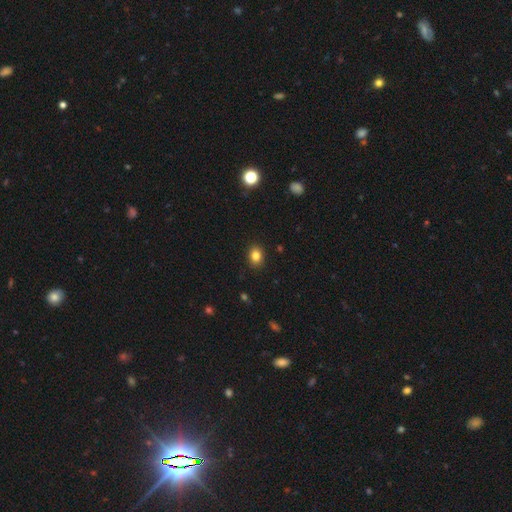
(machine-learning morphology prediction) This appears to be a smooth galaxy with no disk features (83%) that is in between round and cigar-shaped (56%). Merging: none (89%).